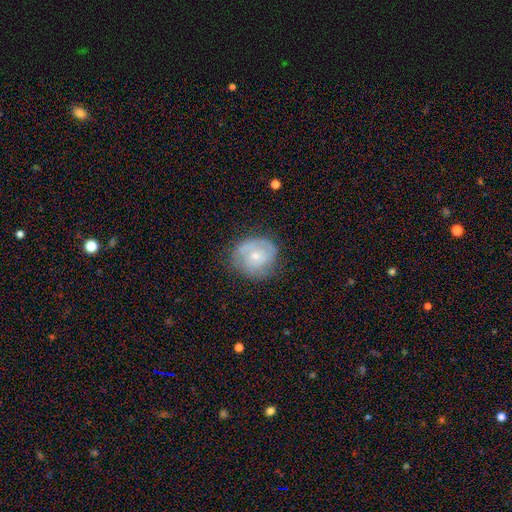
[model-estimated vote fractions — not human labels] Smooth or featured? Predicted: featured or disk (p=0.54). Edge-on disk? Predicted: no (p=0.97). Bar? Predicted: no (p=0.75). Spiral arms? Predicted: yes (p=0.73). Bulge size? Predicted: small (p=0.55). Merging? Predicted: none (p=0.67).